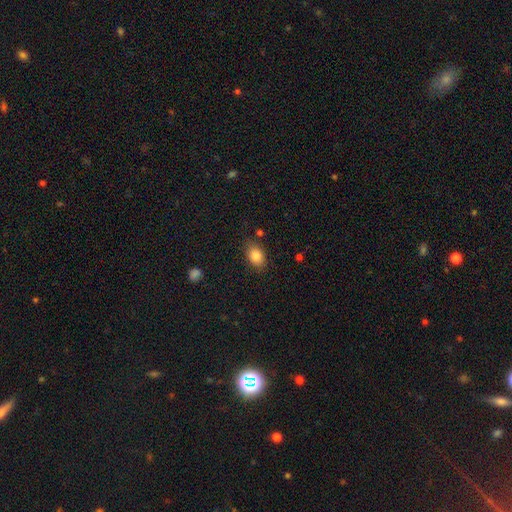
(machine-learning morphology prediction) smooth 85%, star or artifact 9%, featured or disk 7%. Down the decision tree: how rounded — in between (81%); merging — none (80%).